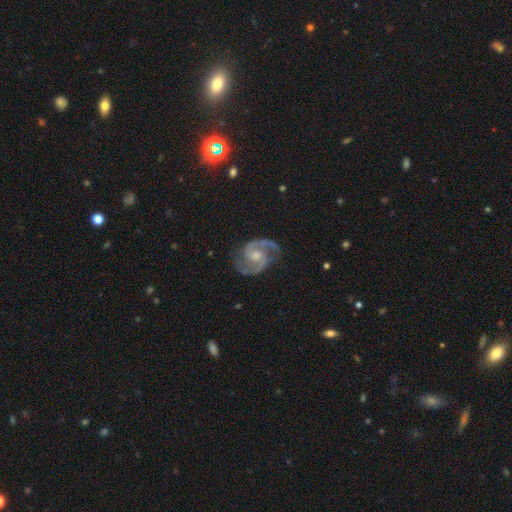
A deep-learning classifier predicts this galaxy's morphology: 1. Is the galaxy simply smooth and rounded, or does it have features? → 93% featured or disk, 4% star or artifact, 3% smooth.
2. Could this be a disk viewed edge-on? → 98% no, 2% yes.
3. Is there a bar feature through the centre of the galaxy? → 46% weak, 45% no, 8% strong.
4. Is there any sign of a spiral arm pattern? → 98% yes, 2% no.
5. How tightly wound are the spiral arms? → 64% medium, 23% tight, 13% loose.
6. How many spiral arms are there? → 93% 2, 2% 3, 2% can't tell, 1% 1, 1% 4, 1% more than 4.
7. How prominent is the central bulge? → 54% moderate, 29% small, 9% none, 6% large, 1% dominant.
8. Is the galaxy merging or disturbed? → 79% none, 15% minor disturbance, 5% major disturbance, 1% merger.